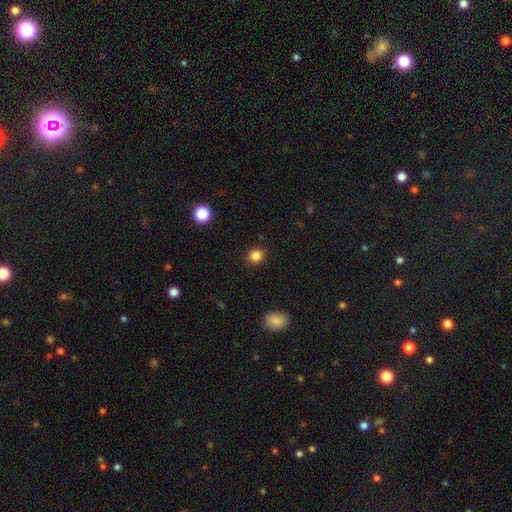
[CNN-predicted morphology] Overall: smooth (85%). How rounded: round (82%). Merging: none (90%).